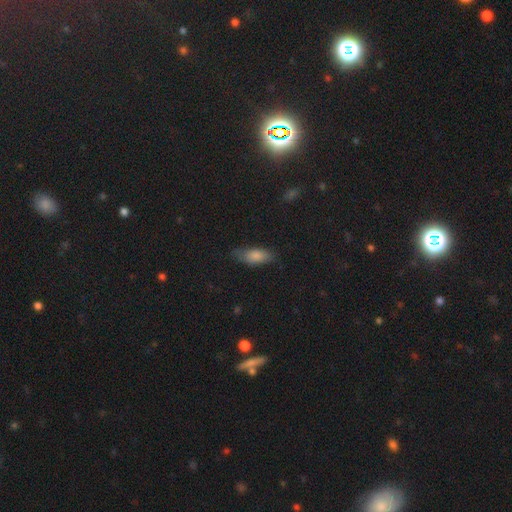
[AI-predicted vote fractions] Smooth or featured?
  - smooth: 82% *
  - featured or disk: 10%
  - star or artifact: 8%
How rounded?
  - in between: 78% *
  - cigar-shaped: 20%
  - round: 2%
Merging?
  - none: 70% *
  - minor disturbance: 24%
  - major disturbance: 5%
  - merger: 1%